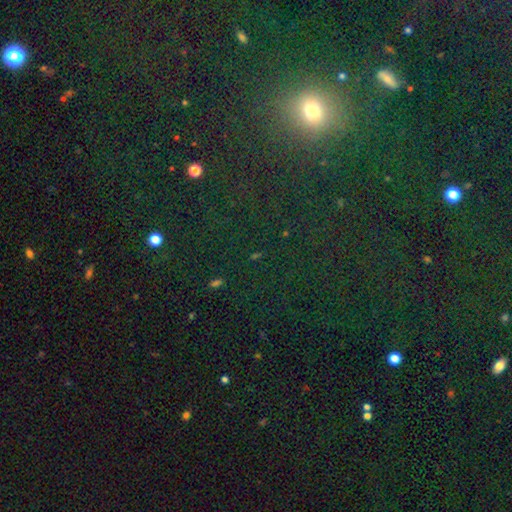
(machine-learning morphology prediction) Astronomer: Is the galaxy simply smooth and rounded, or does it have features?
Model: star or artifact — 60%.